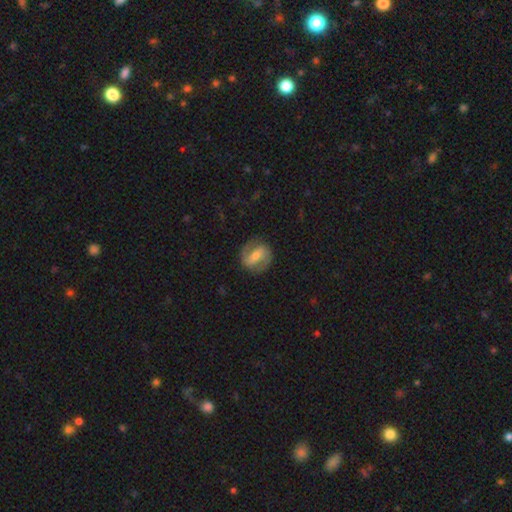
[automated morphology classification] Smooth or featured: featured or disk — 71% (smooth — 23%)
Edge-on disk: no — 97% (yes — 3%)
Bar: strong — 47% (weak — 36%)
Spiral arms: yes — 85% (no — 15%)
Spiral winding: medium — 47% (tight — 30%)
Spiral arm count: 2 — 88% (can't tell — 6%)
Bulge size: moderate — 46% (small — 45%)
Merging: none — 81% (minor disturbance — 12%)